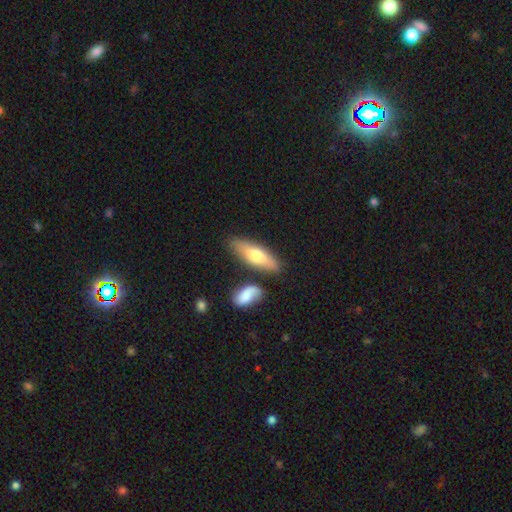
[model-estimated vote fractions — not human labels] Q: Smooth or featured?
A: smooth (64%); runner-up: featured or disk (31%)
Q: How rounded?
A: in between (54%); runner-up: cigar-shaped (44%)
Q: Merging?
A: none (75%); runner-up: minor disturbance (13%)